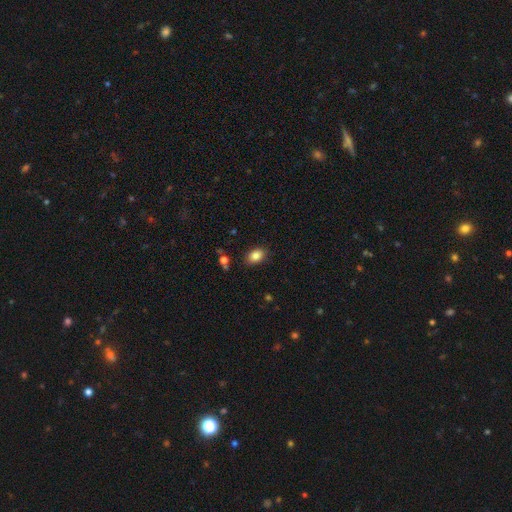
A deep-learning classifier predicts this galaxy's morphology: smooth 85%, star or artifact 9%, featured or disk 6%. Down the decision tree: how rounded — in between (81%); merging — none (85%).